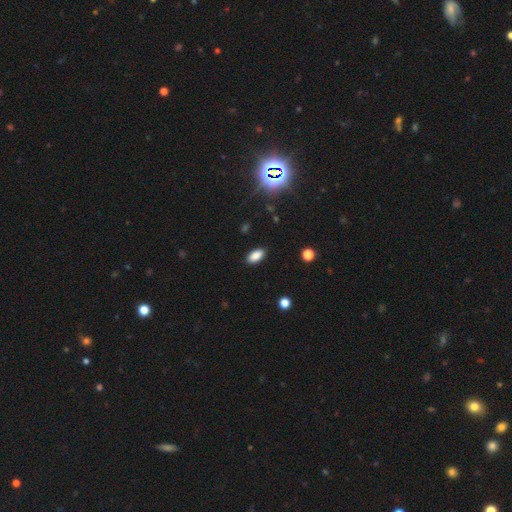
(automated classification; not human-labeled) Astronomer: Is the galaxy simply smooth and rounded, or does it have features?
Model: smooth — 86%.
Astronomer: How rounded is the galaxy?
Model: in between — 91%.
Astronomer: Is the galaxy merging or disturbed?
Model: none — 89%.